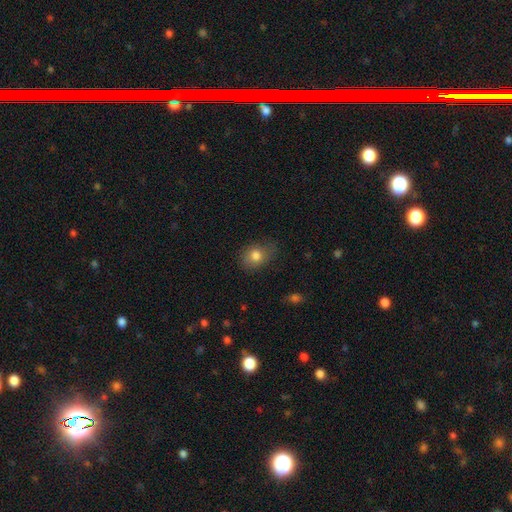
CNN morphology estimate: Smooth or featured? smooth (80%)
How rounded? in between (57%)
Merging? none (68%)